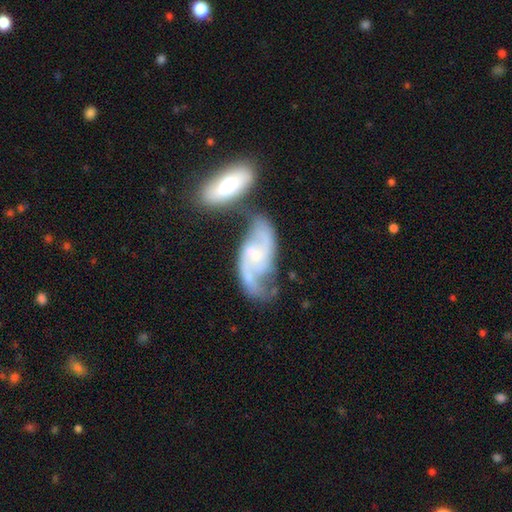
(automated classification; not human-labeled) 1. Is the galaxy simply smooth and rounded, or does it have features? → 86% featured or disk, 9% smooth, 5% star or artifact.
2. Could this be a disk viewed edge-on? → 96% no, 4% yes.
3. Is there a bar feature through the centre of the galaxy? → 49% no, 40% weak, 10% strong.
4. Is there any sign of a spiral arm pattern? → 96% yes, 4% no.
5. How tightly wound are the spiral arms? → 48% loose, 40% medium, 12% tight.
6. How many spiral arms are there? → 90% 2, 4% can't tell, 2% 1, 2% 3, 1% 4, 1% more than 4.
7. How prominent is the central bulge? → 63% small, 24% moderate, 10% none, 2% large, 1% dominant.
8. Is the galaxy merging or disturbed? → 38% none, 33% merger, 17% minor disturbance, 11% major disturbance.